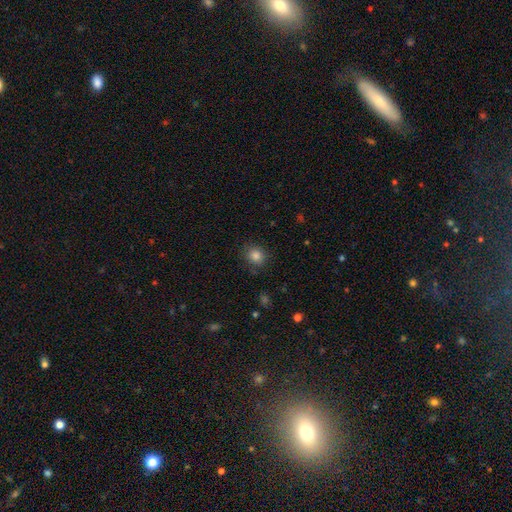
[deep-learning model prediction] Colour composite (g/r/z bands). It shows a smooth galaxy with no disk features (84%) that is round (73%). Merging: none (83%).